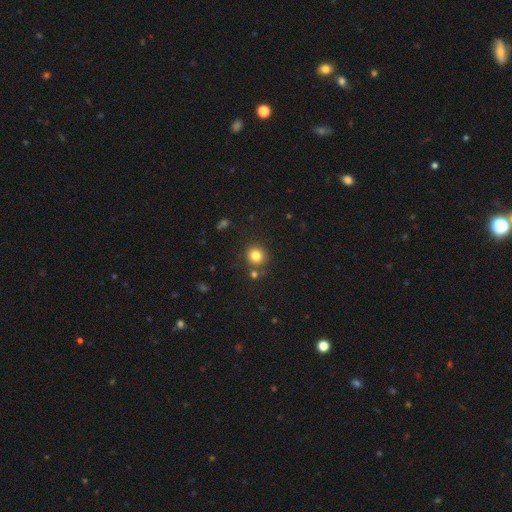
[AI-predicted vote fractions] Q: Smooth or featured?
A: smooth (81%); runner-up: star or artifact (13%)
Q: How rounded?
A: round (92%); runner-up: in between (7%)
Q: Merging?
A: none (82%); runner-up: minor disturbance (8%)